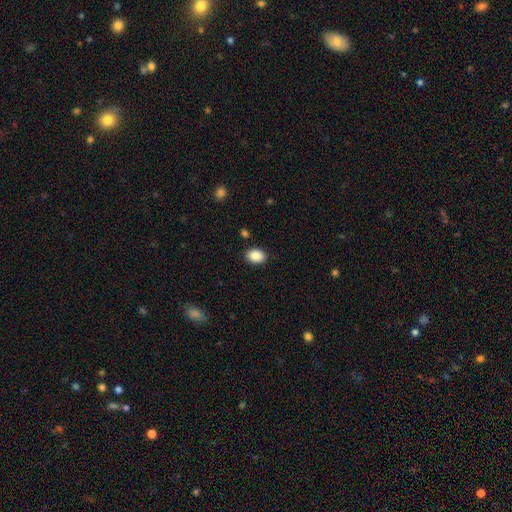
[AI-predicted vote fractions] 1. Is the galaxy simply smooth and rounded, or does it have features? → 89% smooth, 8% star or artifact, 4% featured or disk.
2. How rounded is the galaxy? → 73% in between, 26% round, 1% cigar-shaped.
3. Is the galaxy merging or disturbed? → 88% none, 8% minor disturbance, 2% major disturbance, 1% merger.